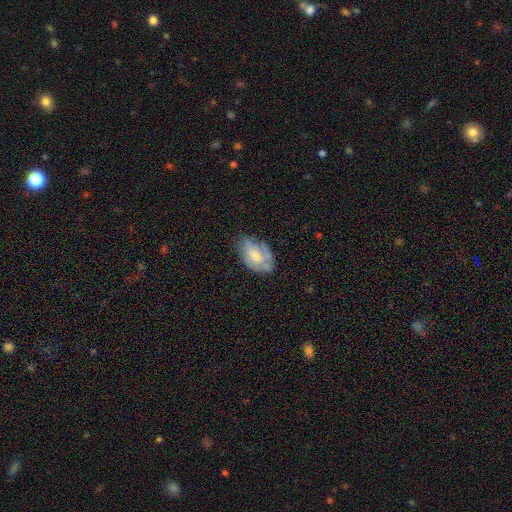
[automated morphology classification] Q: Smooth or featured?
A: featured or disk (48%); runner-up: smooth (46%)
Q: Merging?
A: none (57%); runner-up: minor disturbance (30%)